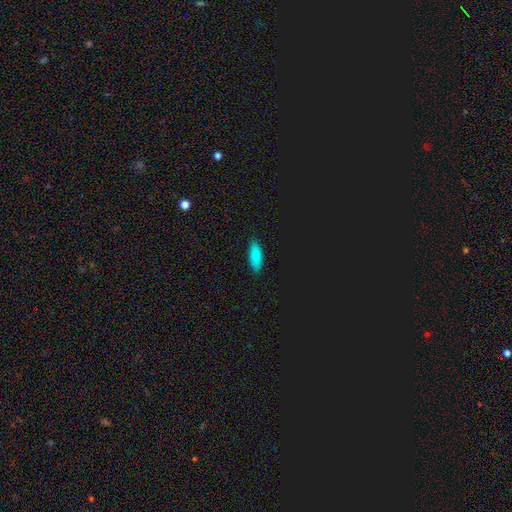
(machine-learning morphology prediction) type=smooth (77%); roundness=in between (78%); merging=none (87%).